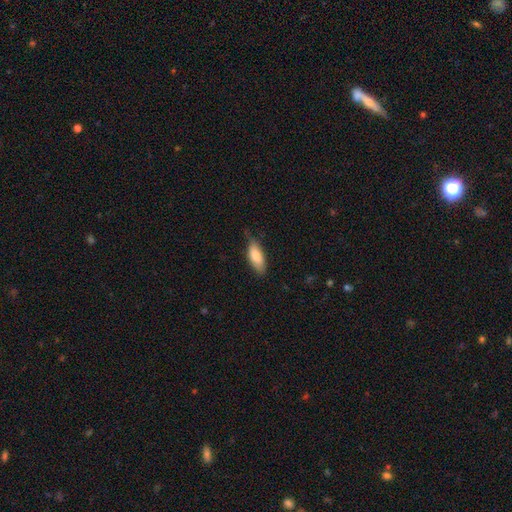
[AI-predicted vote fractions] A smooth galaxy with no disk features (80%) that is in between round and cigar-shaped (77%). Merging: none (65%).